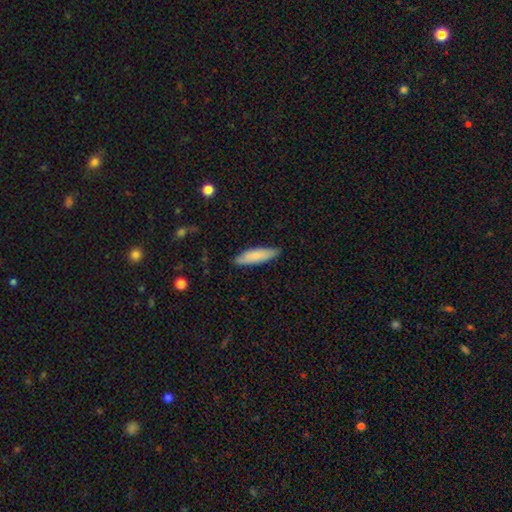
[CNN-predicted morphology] This appears to be a smooth galaxy with no disk features (79%) that is cigar-shaped (63%). Merging: none (85%).